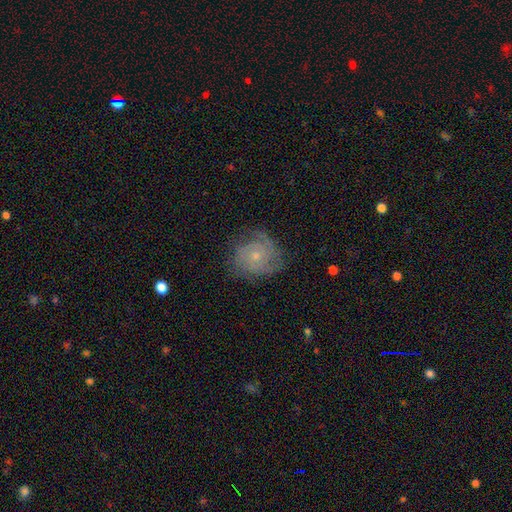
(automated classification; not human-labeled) Smooth or featured? featured or disk (72%)
Edge-on disk? no (98%)
Bar? no (81%)
Spiral arms? yes (91%)
Spiral winding? tight (59%)
Spiral arm count? can't tell (35%)
Bulge size? small (69%)
Merging? none (68%)